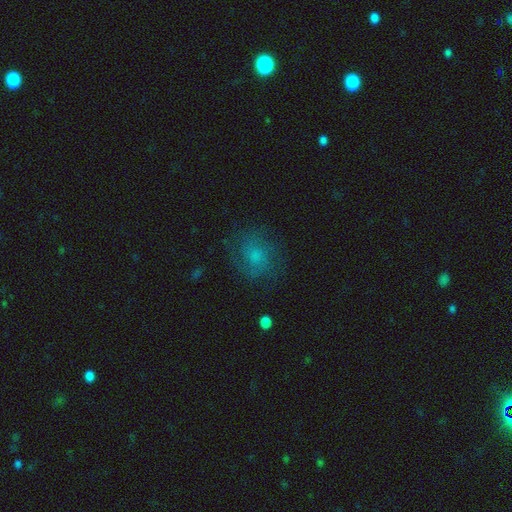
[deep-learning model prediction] This is possibly a smooth galaxy (48%). Merging: likely none (73%).